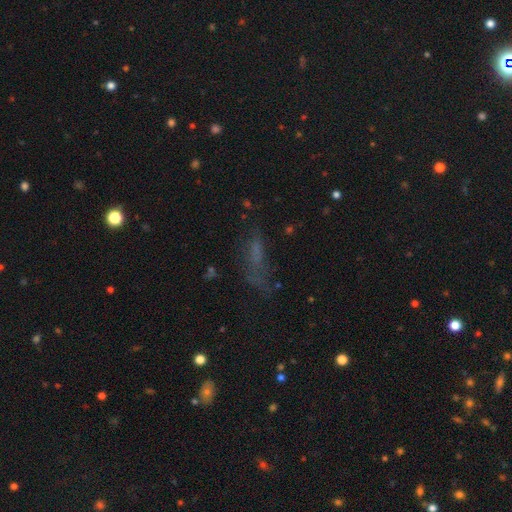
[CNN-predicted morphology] Overall: smooth (45%; star or artifact 28%). Merging: none (46%; major disturbance 28%).